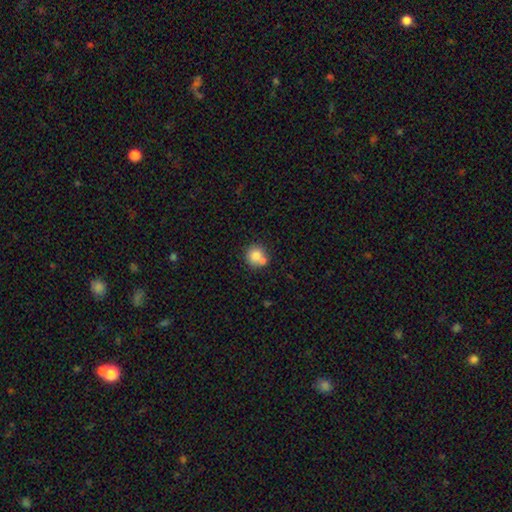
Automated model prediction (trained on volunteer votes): Smooth or featured? smooth (79%)
How rounded? round (87%)
Merging? none (52%)